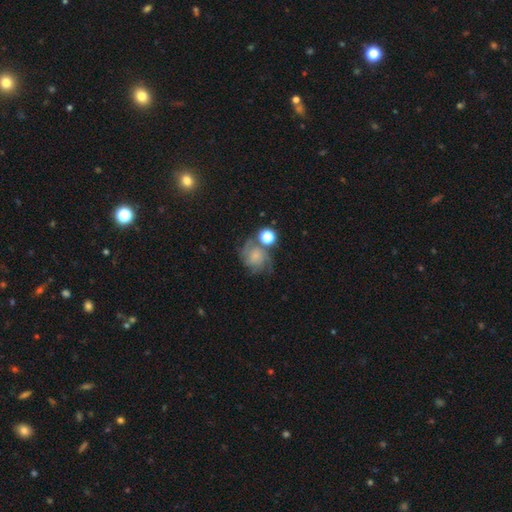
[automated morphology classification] The model was most divided on "spiral arm count": can't tell: 29%, 3: 28%, 2: 20%, 4: 12%, more than 4: 6%, 1: 6%. Remaining: edge-on disk — no (98%); spiral arms — yes (90%); bar — no (78%); smooth or featured — featured or disk (59%); bulge size — small (58%); merging — none (53%); spiral winding — tight (43%).